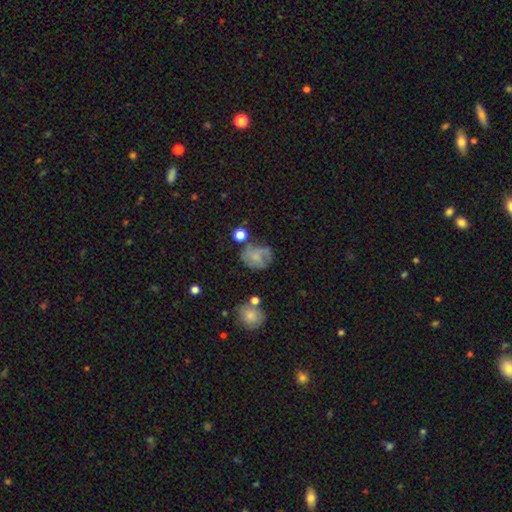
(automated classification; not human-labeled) smooth-or-featured: smooth: 51% | featured or disk: 39% | star or artifact: 10%
  how-rounded: round: 61% | in between: 38% | cigar-shaped: 1%
  merging: none: 44% | minor disturbance: 27% | major disturbance: 21% | merger: 9%